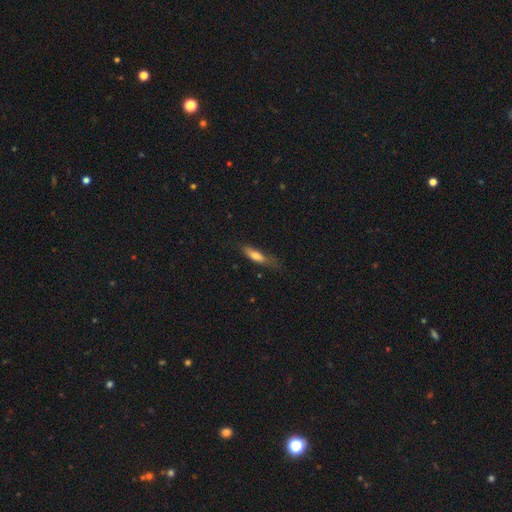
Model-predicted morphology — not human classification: This appears to be a smooth galaxy with no disk features (72%) that is cigar-shaped (63%). Merging: none (53%).